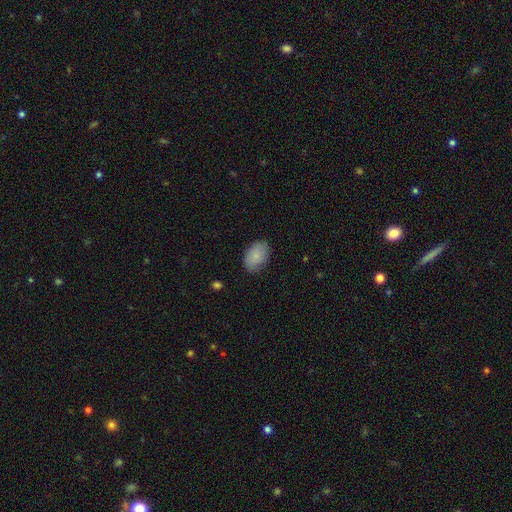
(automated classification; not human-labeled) Q: Smooth or featured?
A: smooth (83%); runner-up: featured or disk (10%)
Q: How rounded?
A: in between (86%); runner-up: round (13%)
Q: Merging?
A: none (80%); runner-up: minor disturbance (16%)